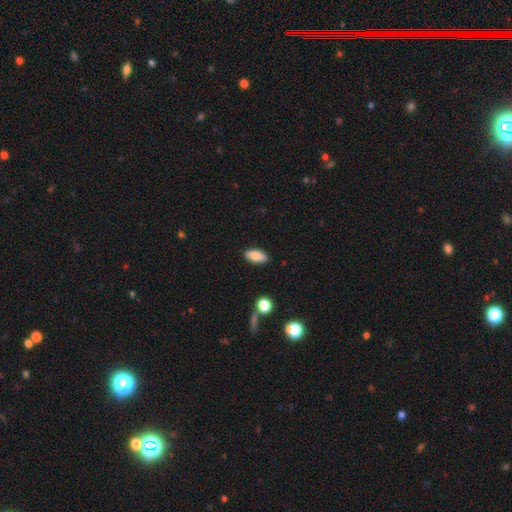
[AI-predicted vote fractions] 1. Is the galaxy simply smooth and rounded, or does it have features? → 83% smooth, 10% featured or disk, 8% star or artifact.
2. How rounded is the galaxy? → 90% in between, 6% cigar-shaped, 3% round.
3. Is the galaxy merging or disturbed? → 86% none, 10% minor disturbance, 2% major disturbance, 2% merger.